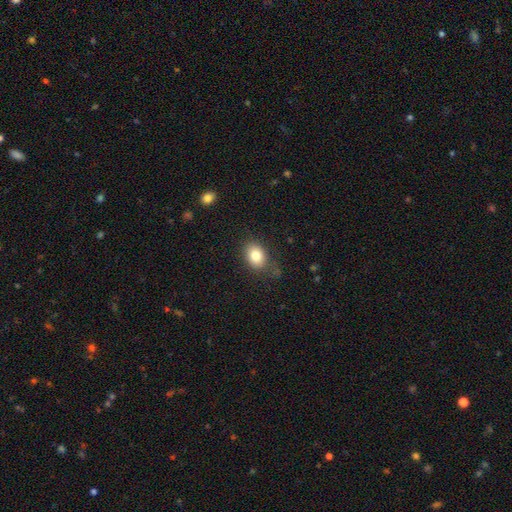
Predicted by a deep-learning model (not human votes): Smooth or featured: smooth — 81% (star or artifact — 9%)
How rounded: in between — 67% (round — 32%)
Merging: none — 79% (minor disturbance — 15%)